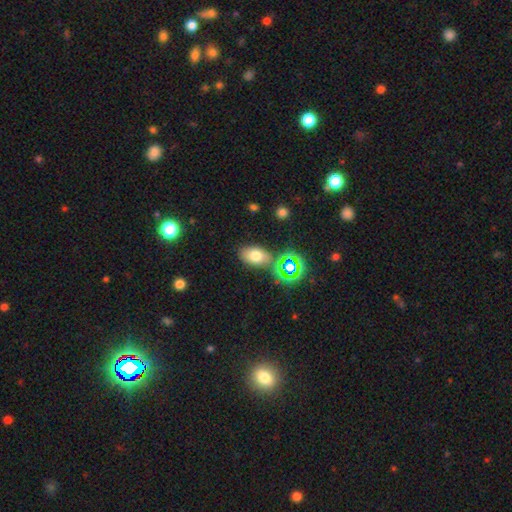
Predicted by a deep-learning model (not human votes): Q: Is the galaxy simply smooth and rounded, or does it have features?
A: smooth — 68%.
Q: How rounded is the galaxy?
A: in between — 84%.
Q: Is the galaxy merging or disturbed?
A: none — 74%.